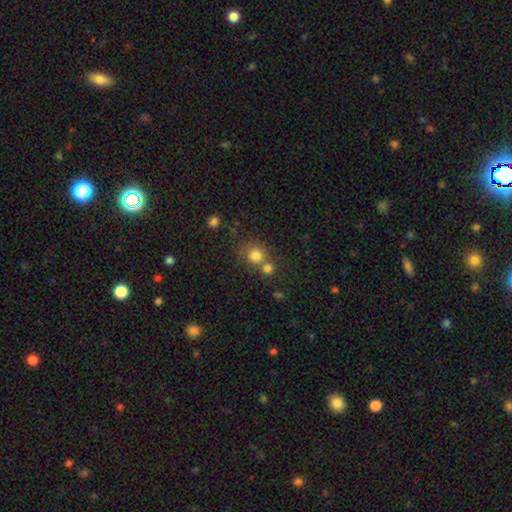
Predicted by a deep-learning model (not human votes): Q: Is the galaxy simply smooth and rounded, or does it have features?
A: smooth — 78%.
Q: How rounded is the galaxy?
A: round — 86%.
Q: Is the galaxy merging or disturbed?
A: none — 52%.